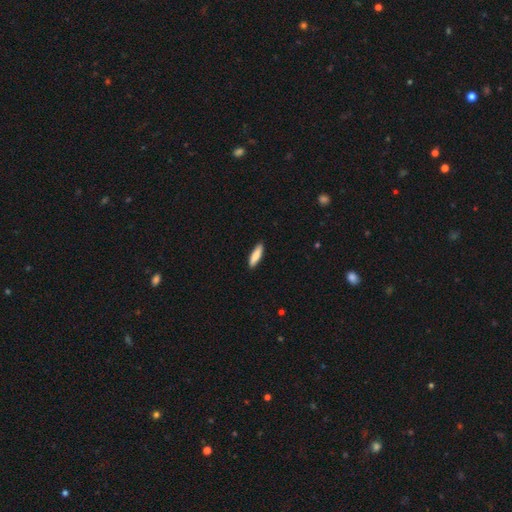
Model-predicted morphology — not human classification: type=smooth (84%); roundness=cigar-shaped (69%); merging=none (89%).